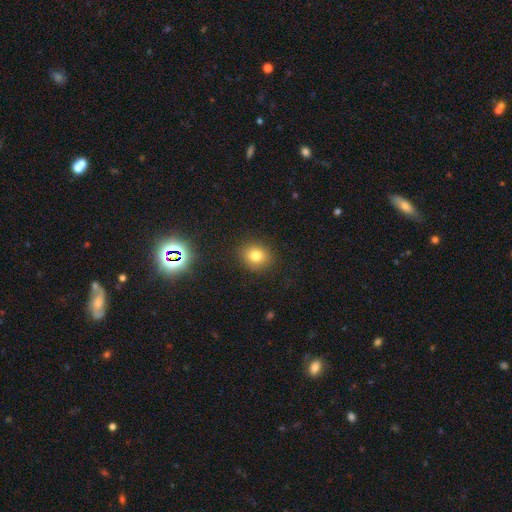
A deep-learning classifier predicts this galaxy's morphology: smooth_or_featured: smooth (p=0.77) [alt: star or artifact p=0.14]
how_rounded: round (p=0.73) [alt: in between p=0.26]
merging: none (p=0.88) [alt: minor disturbance p=0.08]